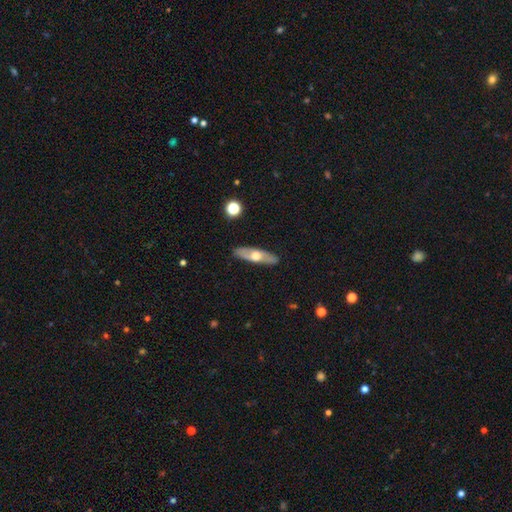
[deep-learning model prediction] A featured or disk galaxy (52%) viewed edge-on (65%).

Vote fractions:
- Smooth or featured? featured or disk: 52% / smooth: 43% / star or artifact: 5%
- Edge-on disk? yes: 65% / no: 35%
- Merging? none: 88% / minor disturbance: 9% / major disturbance: 2% / merger: 1%